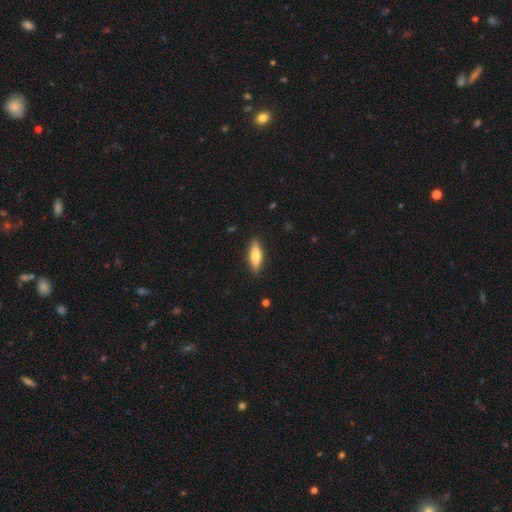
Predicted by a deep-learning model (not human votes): Smooth or featured: smooth — 66% (featured or disk — 28%)
How rounded: cigar-shaped — 50% (in between — 48%)
Merging: none — 89% (minor disturbance — 8%)